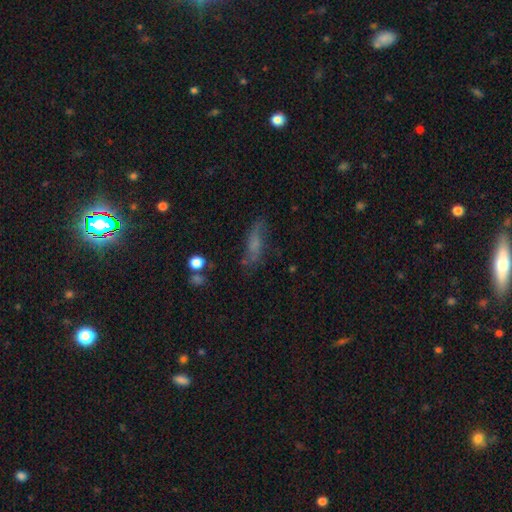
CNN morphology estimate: smooth-or-featured: star or artifact: 41% | smooth: 31% | featured or disk: 28%